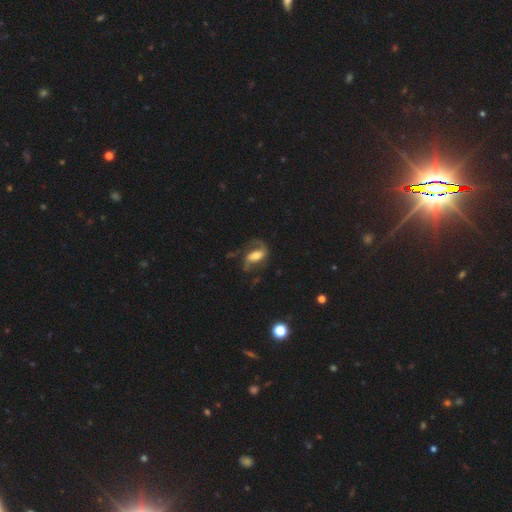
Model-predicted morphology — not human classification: Smooth or featured? featured or disk (76%)
Edge-on disk? no (95%)
Bar? weak (38%)
Spiral arms? yes (92%)
Spiral winding? loose (45%)
Spiral arm count? 2 (80%)
Bulge size? moderate (55%)
Merging? none (55%)